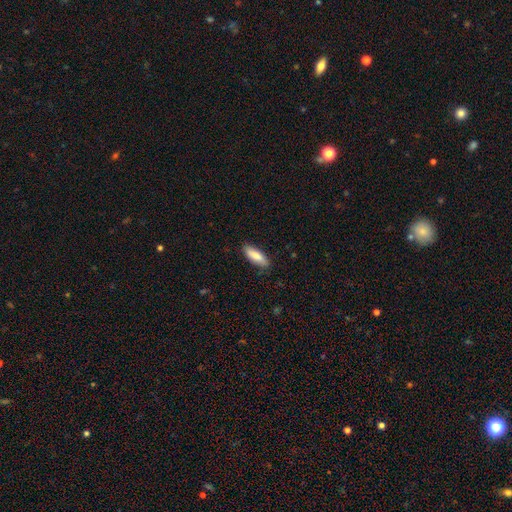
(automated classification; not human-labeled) This appears to be a smooth galaxy with no disk features (84%) that is in between round and cigar-shaped (58%). Merging: none (85%).